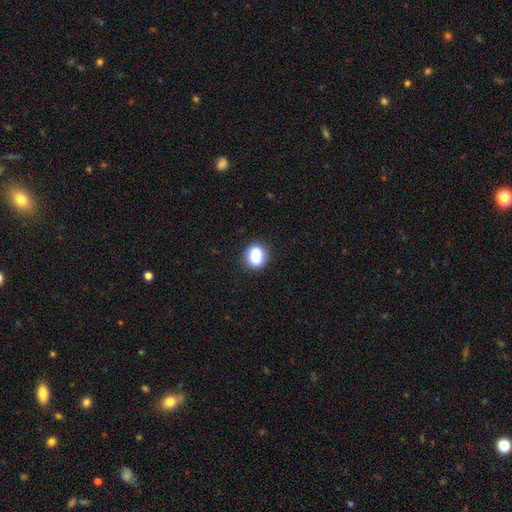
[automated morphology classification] The model was most divided on "how rounded": in between: 50%, round: 49%, cigar-shaped: 1%. More confident: merging — none (87%); smooth or featured — smooth (86%).